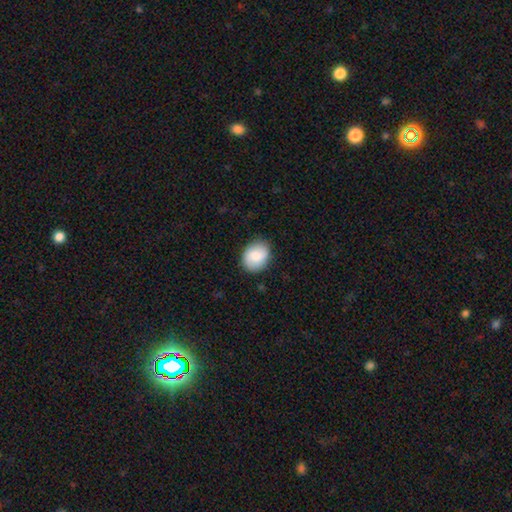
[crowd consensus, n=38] Smooth or featured? smooth (82%)
How rounded? round (71%)
Merging? none (73%)